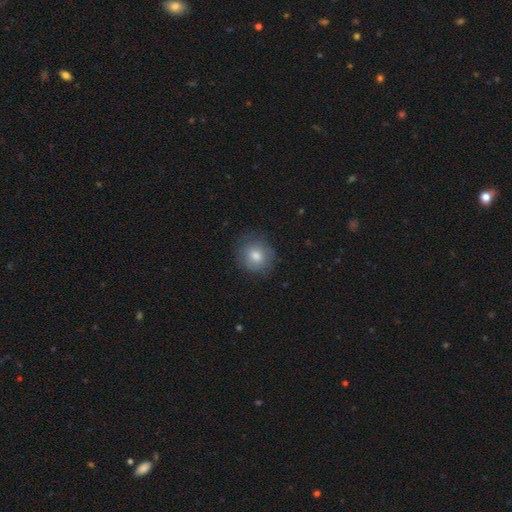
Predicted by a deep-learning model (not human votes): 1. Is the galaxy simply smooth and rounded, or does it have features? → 68% smooth, 22% featured or disk, 10% star or artifact.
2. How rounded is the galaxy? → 83% round, 16% in between, 1% cigar-shaped.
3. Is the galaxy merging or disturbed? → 79% none, 15% minor disturbance, 5% major disturbance, 1% merger.